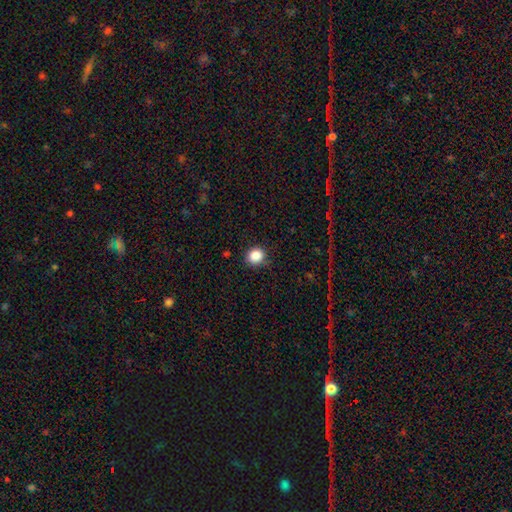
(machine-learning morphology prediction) Smooth or featured: smooth — 87% (star or artifact — 10%)
How rounded: round — 83% (in between — 16%)
Merging: none — 87% (minor disturbance — 10%)